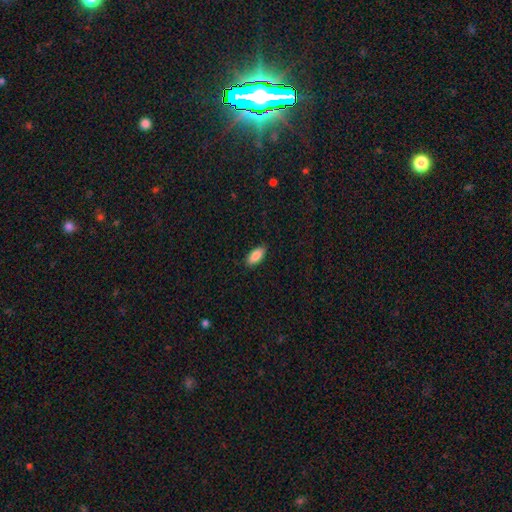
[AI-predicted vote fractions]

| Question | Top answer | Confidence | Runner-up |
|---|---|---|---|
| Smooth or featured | smooth | 88% | star or artifact (7%) |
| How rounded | in between | 89% | cigar-shaped (9%) |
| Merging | none | 87% | minor disturbance (10%) |